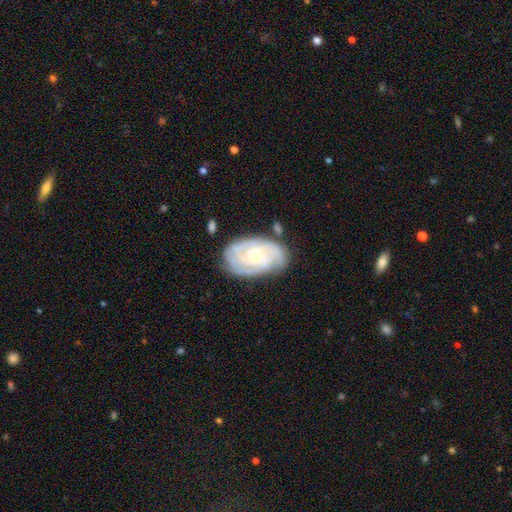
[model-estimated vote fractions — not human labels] Smooth or featured?
  - featured or disk: 82% *
  - smooth: 12%
  - star or artifact: 6%
Edge-on disk?
  - no: 97% *
  - yes: 3%
Bar?
  - no: 74% *
  - weak: 21%
  - strong: 4%
Spiral arms?
  - yes: 96% *
  - no: 4%
Spiral winding?
  - tight: 75% *
  - medium: 21%
  - loose: 4%
Spiral arm count?
  - can't tell: 29% *
  - 3: 25%
  - 4: 22%
  - 2: 13%
  - more than 4: 6%
  - 1: 5%
Bulge size?
  - small: 64% *
  - moderate: 32%
  - large: 1%
  - none: 1%
  - dominant: 1%
Merging?
  - none: 74% *
  - minor disturbance: 18%
  - major disturbance: 5%
  - merger: 3%